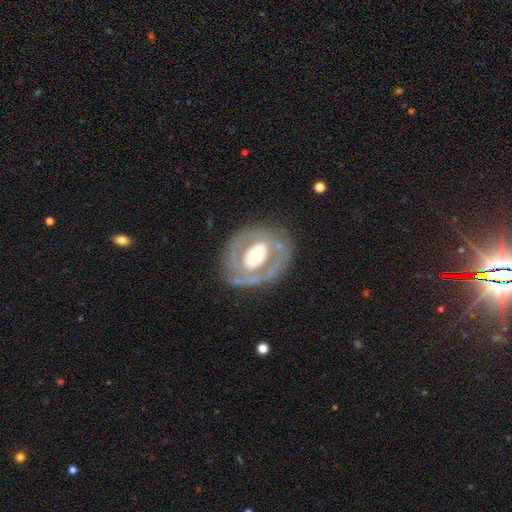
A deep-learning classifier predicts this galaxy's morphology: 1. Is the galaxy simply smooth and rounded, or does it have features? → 73% featured or disk, 22% smooth, 5% star or artifact.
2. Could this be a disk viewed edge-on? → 95% no, 5% yes.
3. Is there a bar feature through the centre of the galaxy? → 64% no, 22% weak, 14% strong.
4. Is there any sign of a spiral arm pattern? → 58% no, 42% yes.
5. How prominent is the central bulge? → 60% moderate, 28% large, 8% small, 3% dominant, 1% none.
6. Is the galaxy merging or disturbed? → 74% none, 15% minor disturbance, 9% major disturbance, 2% merger.